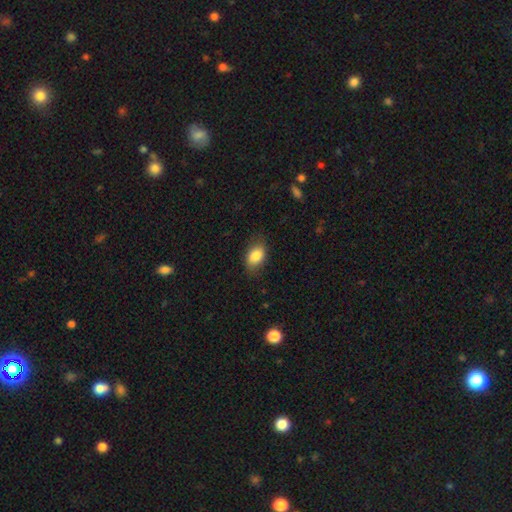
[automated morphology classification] Smooth or featured?
  - smooth: 83% *
  - featured or disk: 9%
  - star or artifact: 8%
How rounded?
  - in between: 86% *
  - round: 13%
  - cigar-shaped: 2%
Merging?
  - none: 78% *
  - minor disturbance: 17%
  - major disturbance: 4%
  - merger: 1%